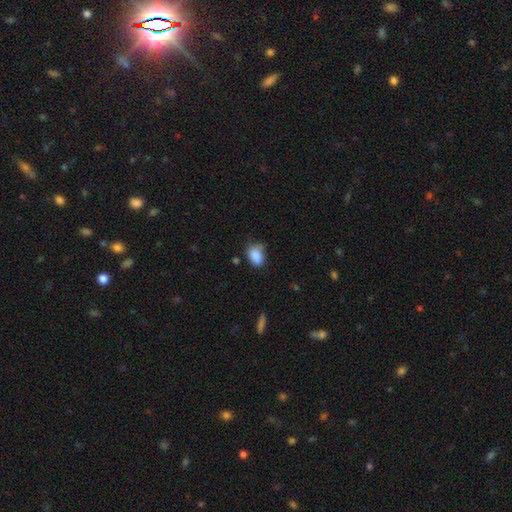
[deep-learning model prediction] This appears to be a smooth galaxy with no disk features (86%) that is in between round and cigar-shaped (78%). Merging: none (55%).